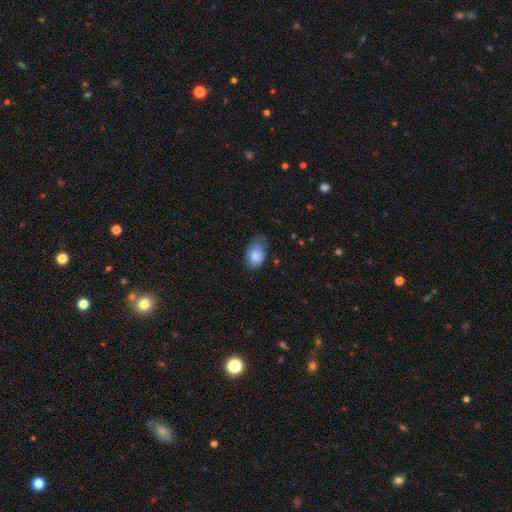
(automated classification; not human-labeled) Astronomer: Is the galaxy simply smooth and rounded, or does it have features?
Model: smooth — 80%.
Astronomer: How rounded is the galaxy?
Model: in between — 89%.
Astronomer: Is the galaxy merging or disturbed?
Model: none — 48% (runner-up: minor disturbance, 37%).